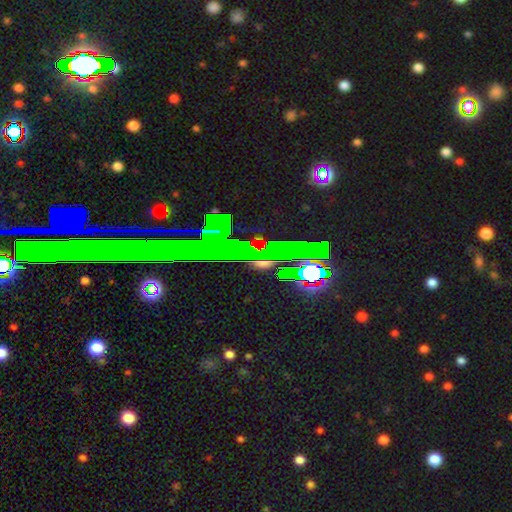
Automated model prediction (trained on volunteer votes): Q: Smooth or featured?
A: star or artifact (76%); runner-up: featured or disk (13%)